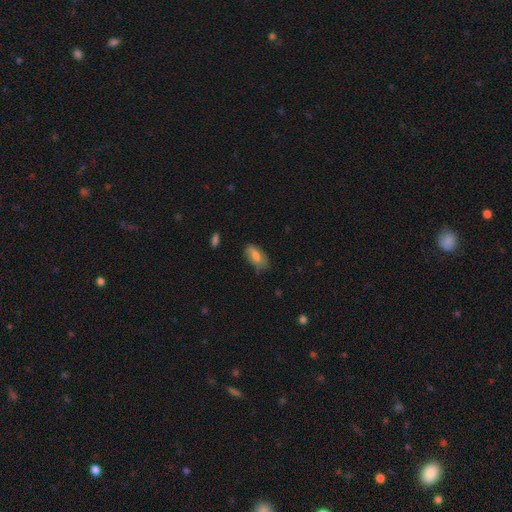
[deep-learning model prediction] Overall: smooth (68%). How rounded: in between (88%). Merging: none (60%; minor disturbance 30%).